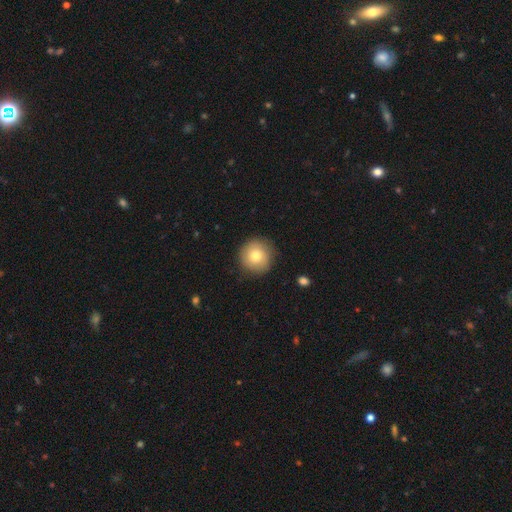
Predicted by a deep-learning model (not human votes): The model was most divided on "smooth or featured": smooth: 77%, featured or disk: 14%, star or artifact: 9%. More confident: how rounded — round (94%); merging — none (86%).